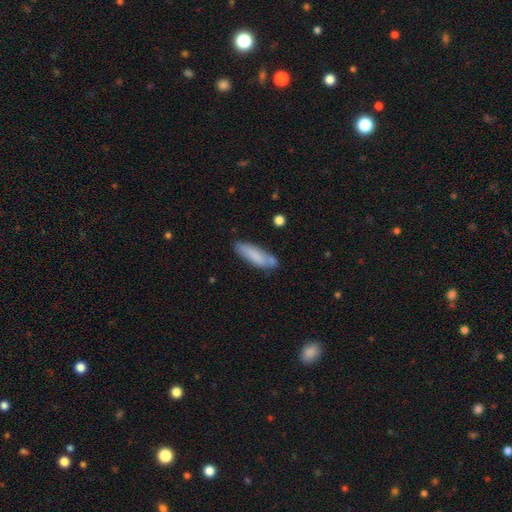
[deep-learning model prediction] Smooth or featured? Predicted: smooth (p=0.78). How rounded? Predicted: cigar-shaped (p=0.62). Merging? Predicted: none (p=0.71).